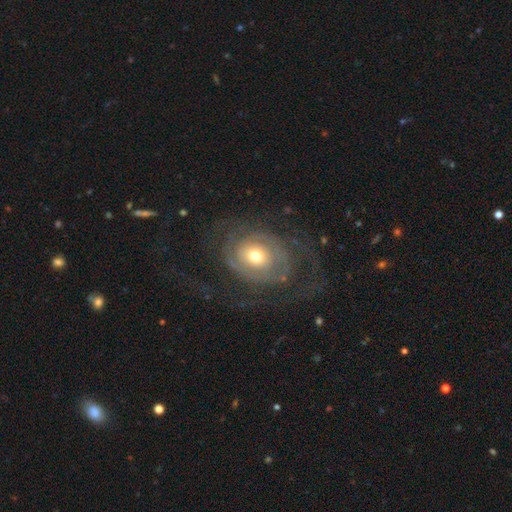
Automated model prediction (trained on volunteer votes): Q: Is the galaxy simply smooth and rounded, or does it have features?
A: featured or disk — 75%.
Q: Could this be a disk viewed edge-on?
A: no — 97%.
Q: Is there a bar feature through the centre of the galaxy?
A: no — 80%.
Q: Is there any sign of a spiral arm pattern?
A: yes — 82%.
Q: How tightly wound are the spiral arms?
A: tight — 54%.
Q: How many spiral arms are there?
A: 2 — 40%.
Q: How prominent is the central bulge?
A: moderate — 63%.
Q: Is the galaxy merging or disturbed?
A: none — 58%.